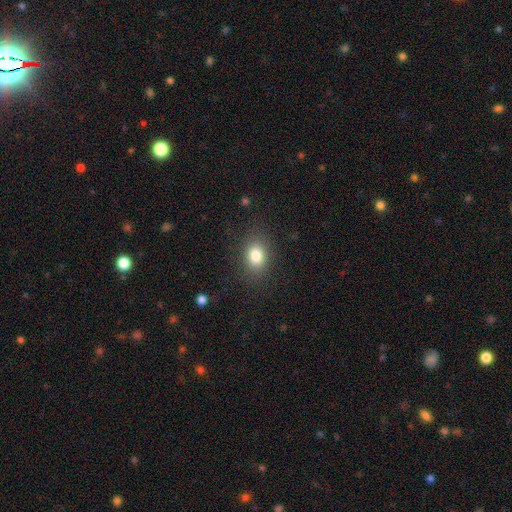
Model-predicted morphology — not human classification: Smooth or featured: smooth — 81% (star or artifact — 11%)
How rounded: in between — 63% (round — 35%)
Merging: none — 84% (minor disturbance — 11%)